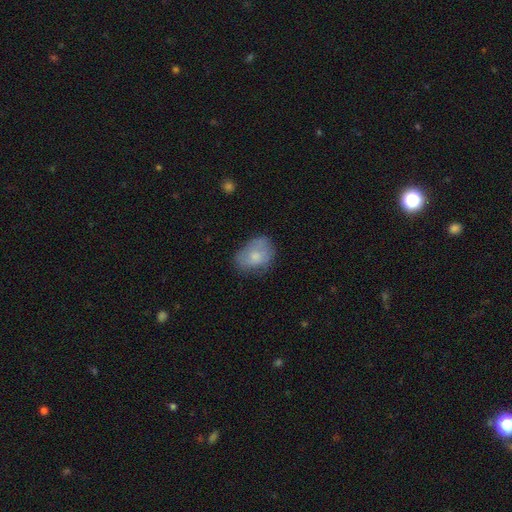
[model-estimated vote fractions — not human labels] smooth 69%, featured or disk 24%, star or artifact 7%. Down the decision tree: how rounded — in between (75%); merging — none (56%).